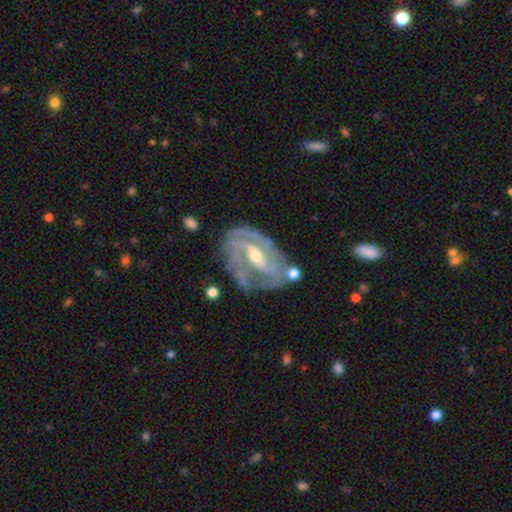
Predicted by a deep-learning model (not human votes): Q: Smooth or featured?
A: featured or disk (89%); runner-up: smooth (6%)
Q: Edge-on disk?
A: no (96%); runner-up: yes (4%)
Q: Bar?
A: weak (41%); runner-up: strong (39%)
Q: Spiral arms?
A: yes (95%); runner-up: no (5%)
Q: Spiral winding?
A: tight (53%); runner-up: medium (38%)
Q: Spiral arm count?
A: 2 (50%); runner-up: 3 (22%)
Q: Bulge size?
A: moderate (54%); runner-up: small (42%)
Q: Merging?
A: none (65%); runner-up: minor disturbance (21%)